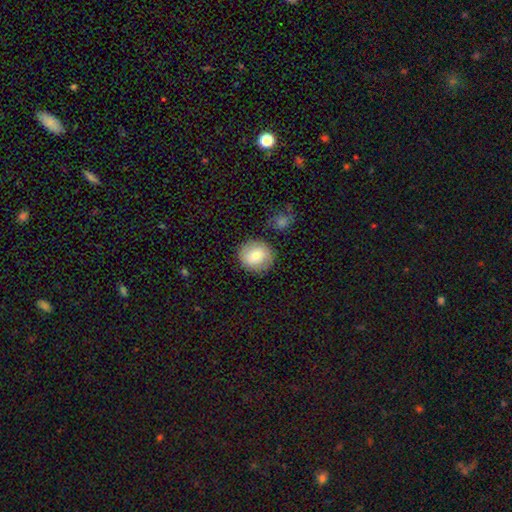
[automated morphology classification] Smooth or featured? Predicted: smooth (p=0.75). How rounded? Predicted: round (p=0.85). Merging? Predicted: none (p=0.83).